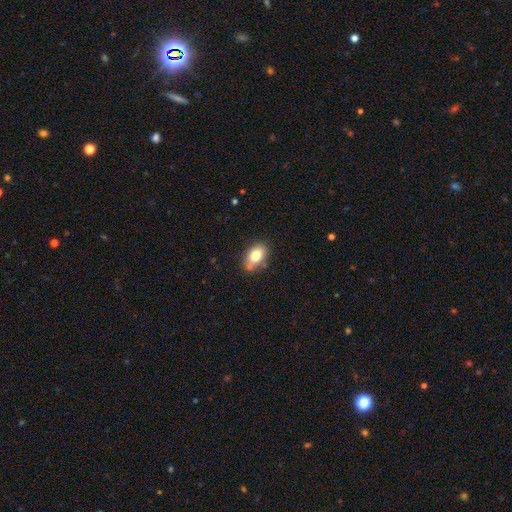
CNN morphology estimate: smooth 78%, featured or disk 13%, star or artifact 8%. Down the decision tree: how rounded — in between (85%); merging — none (71%).